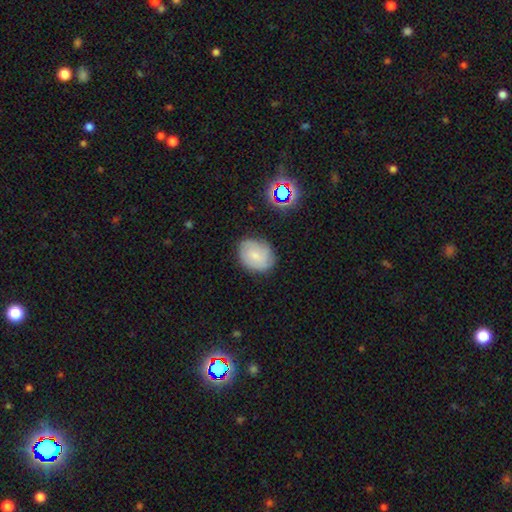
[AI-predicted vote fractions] This is possibly a smooth galaxy (58%). How rounded: possibly in between (53%). Merging: likely none (74%).